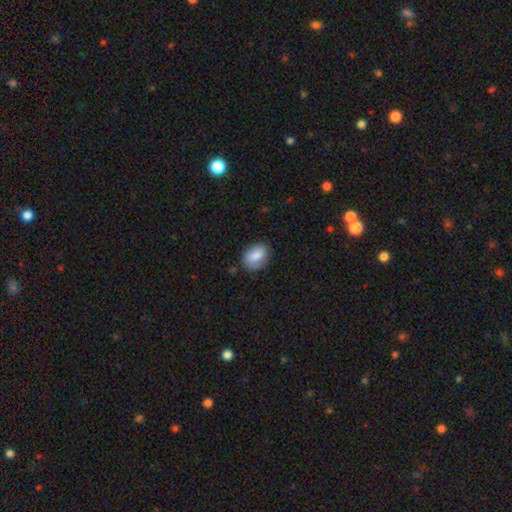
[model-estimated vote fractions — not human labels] Smooth or featured? Predicted: smooth (p=0.84). How rounded? Predicted: in between (p=0.76). Merging? Predicted: none (p=0.76).